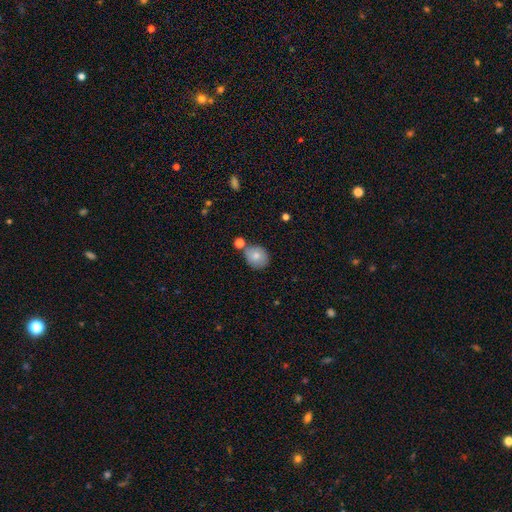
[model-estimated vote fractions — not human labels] Smooth or featured?
  - smooth: 79% *
  - featured or disk: 13%
  - star or artifact: 9%
How rounded?
  - round: 66% *
  - in between: 33%
  - cigar-shaped: 1%
Merging?
  - none: 68% *
  - minor disturbance: 15%
  - merger: 14%
  - major disturbance: 3%